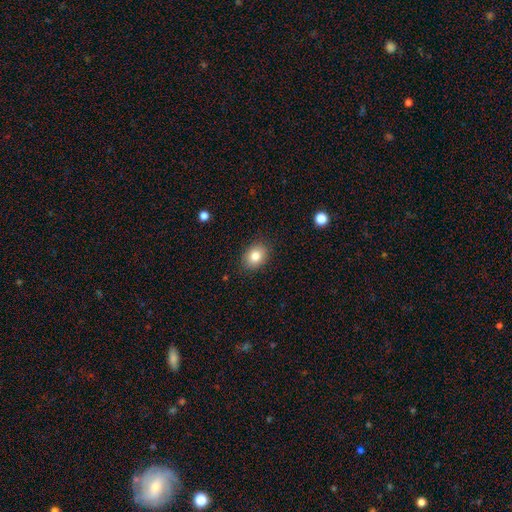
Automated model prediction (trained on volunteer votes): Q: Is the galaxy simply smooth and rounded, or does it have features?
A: smooth — 83%.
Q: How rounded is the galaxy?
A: in between — 58%.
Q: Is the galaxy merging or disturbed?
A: none — 87%.